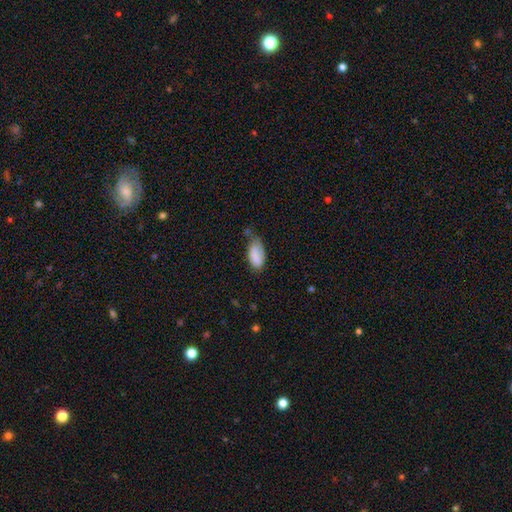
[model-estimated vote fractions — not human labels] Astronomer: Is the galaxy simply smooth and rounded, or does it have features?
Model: smooth — 83%.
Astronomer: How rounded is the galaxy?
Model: in between — 93%.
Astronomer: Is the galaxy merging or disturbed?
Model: minor disturbance — 42% (runner-up: none, 35%).